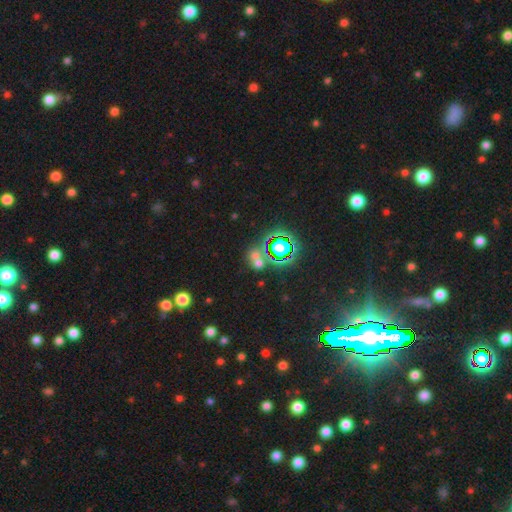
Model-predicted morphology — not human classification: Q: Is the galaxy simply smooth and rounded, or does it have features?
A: star or artifact — 47%.